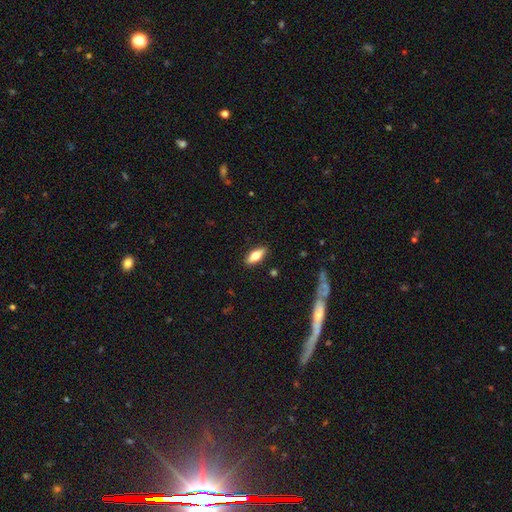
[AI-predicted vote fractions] The model was most divided on "smooth or featured": smooth: 61%, featured or disk: 32%, star or artifact: 7%. More confident: merging — none (89%); how rounded — in between (73%).